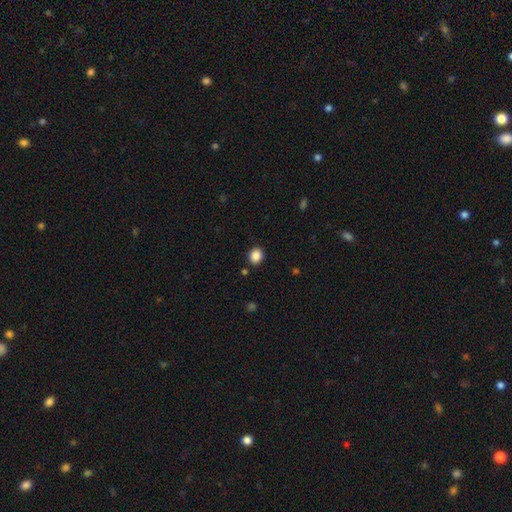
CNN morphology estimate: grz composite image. It shows a smooth galaxy with no disk features (87%) that is round (69%). Merging: none (88%).